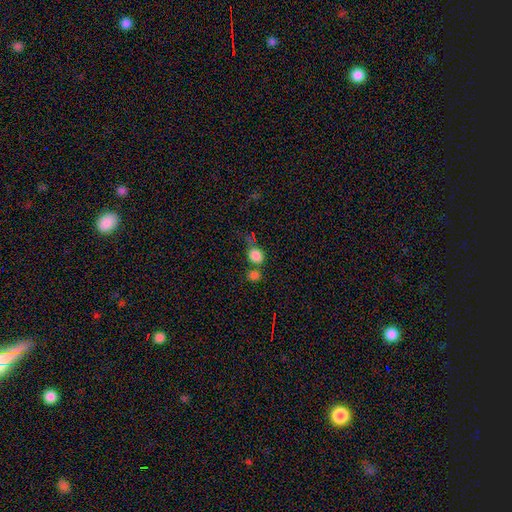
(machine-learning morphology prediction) smooth-or-featured: smooth: 84% | star or artifact: 11% | featured or disk: 5%
  how-rounded: round: 63% | in between: 35% | cigar-shaped: 1%
  merging: none: 55% | merger: 27% | minor disturbance: 13% | major disturbance: 6%